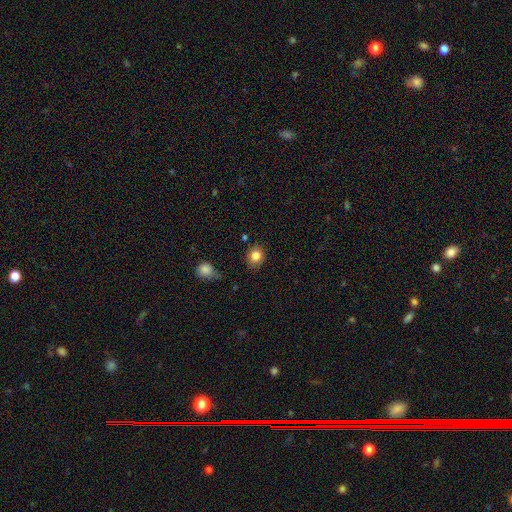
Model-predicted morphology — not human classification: A smooth galaxy with no disk features (83%) that is round (68%). Merging: none (81%).